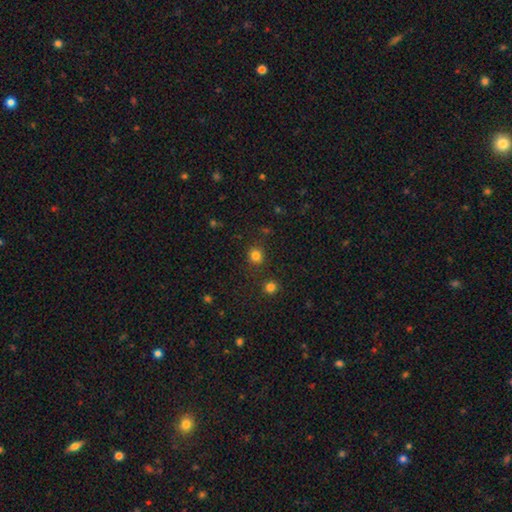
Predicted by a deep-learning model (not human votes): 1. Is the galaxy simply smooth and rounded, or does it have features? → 81% smooth, 14% star or artifact, 5% featured or disk.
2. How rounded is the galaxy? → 85% round, 14% in between, 1% cigar-shaped.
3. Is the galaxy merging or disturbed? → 86% none, 8% minor disturbance, 3% merger, 3% major disturbance.